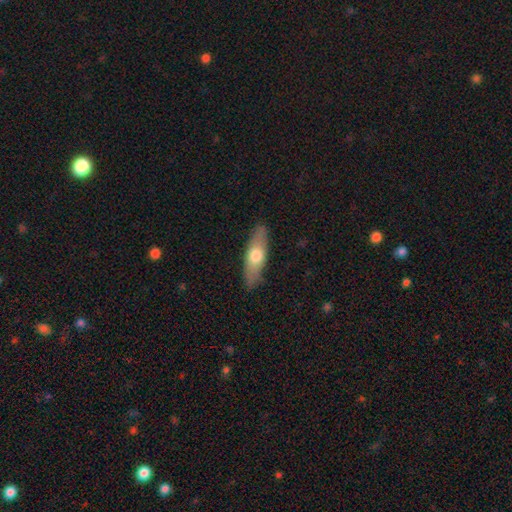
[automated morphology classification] Overall: smooth (61%; featured or disk 33%). How rounded: in between (50%; cigar-shaped 48%). Merging: none (85%).